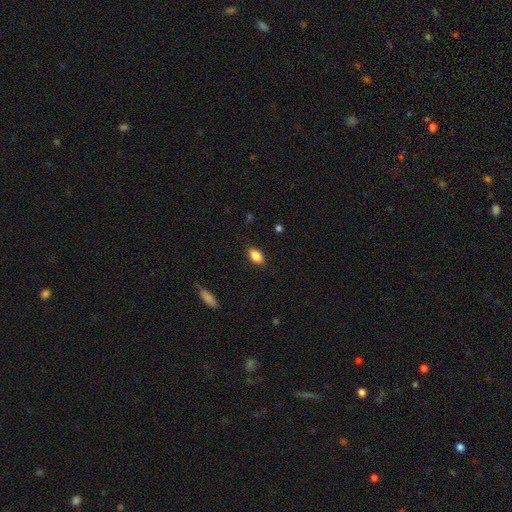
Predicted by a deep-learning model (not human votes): Smooth or featured?
  - smooth: 86% *
  - star or artifact: 8%
  - featured or disk: 6%
How rounded?
  - in between: 89% *
  - round: 7%
  - cigar-shaped: 4%
Merging?
  - none: 85% *
  - minor disturbance: 11%
  - major disturbance: 3%
  - merger: 1%